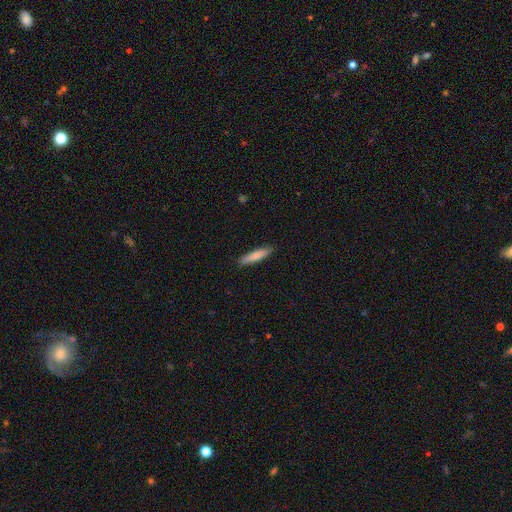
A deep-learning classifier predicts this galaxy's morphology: The model was most divided on "smooth or featured": smooth: 79%, featured or disk: 16%, star or artifact: 5%. More confident: merging — none (90%); how rounded — cigar-shaped (87%).